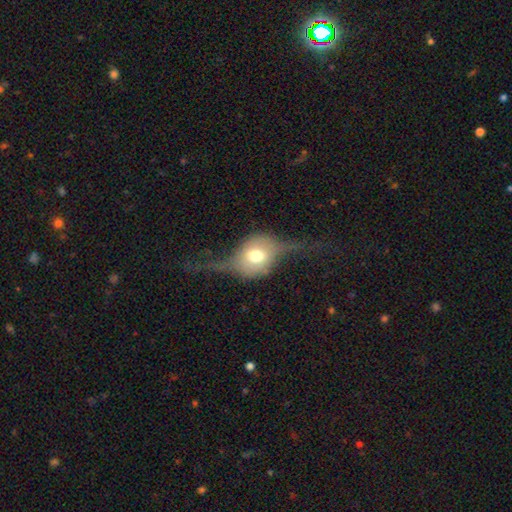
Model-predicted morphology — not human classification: Q: Smooth or featured?
A: featured or disk (63%); runner-up: smooth (30%)
Q: Edge-on disk?
A: yes (65%); runner-up: no (35%)
Q: Merging?
A: none (45%); runner-up: major disturbance (29%)